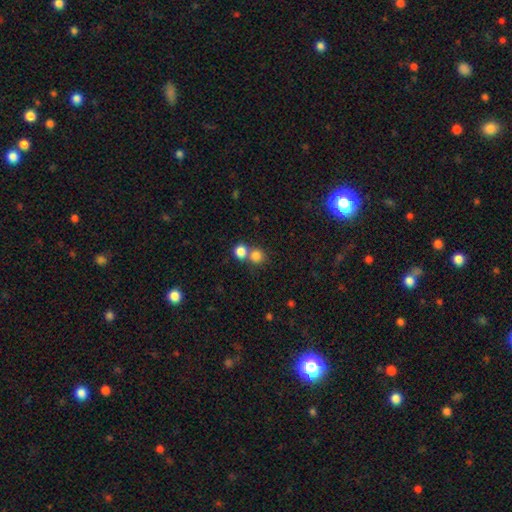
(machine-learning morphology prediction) smooth-or-featured: smooth: 81% | star or artifact: 12% | featured or disk: 7%
  how-rounded: round: 88% | in between: 11% | cigar-shaped: 1%
  merging: none: 50% | merger: 42% | minor disturbance: 6% | major disturbance: 3%